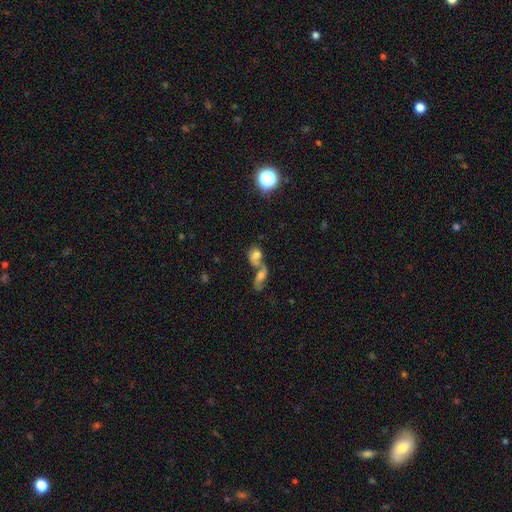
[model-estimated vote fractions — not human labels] Overall: smooth (59%; featured or disk 26%). How rounded: in between (68%). Merging: merger (67%).